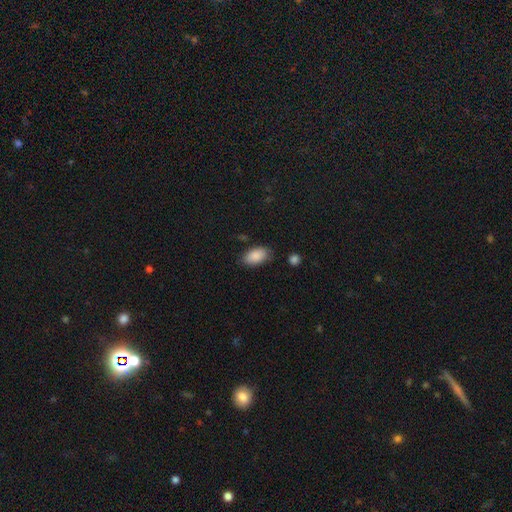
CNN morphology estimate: This appears to be a smooth galaxy with no disk features (89%) that is in between round and cigar-shaped (94%). Merging: none (78%).